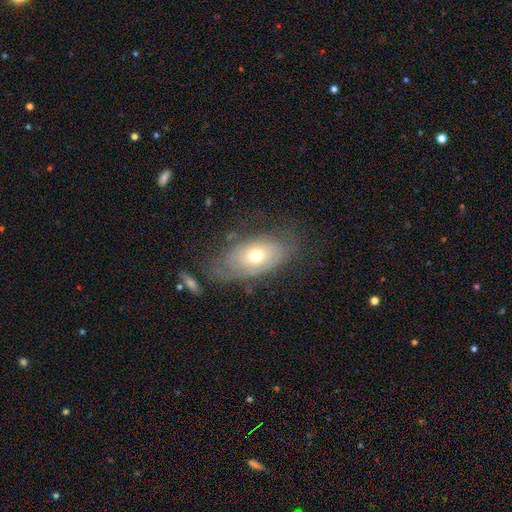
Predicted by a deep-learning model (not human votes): A featured or disk galaxy (49%).

Vote fractions:
- Smooth or featured? featured or disk: 49% / smooth: 43% / star or artifact: 8%
- Merging? none: 56% / minor disturbance: 25% / major disturbance: 16% / merger: 3%